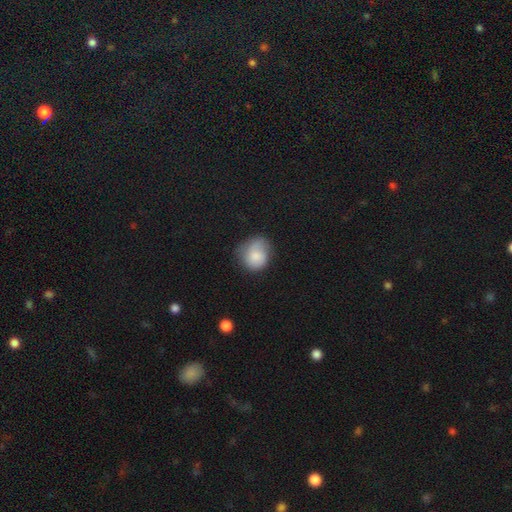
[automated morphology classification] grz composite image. It shows a smooth galaxy with no disk features (75%) that is round (68%). Merging: none (47%).